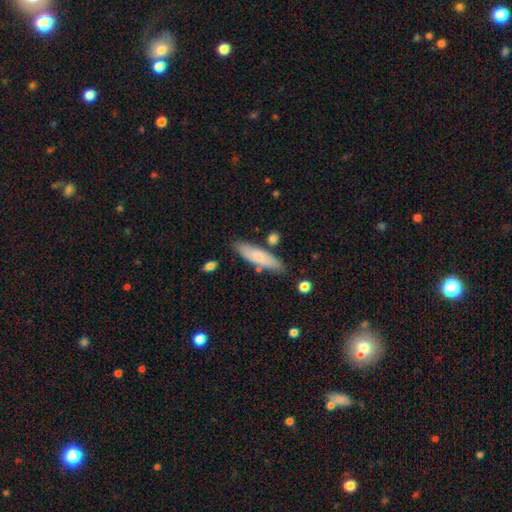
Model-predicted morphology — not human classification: Smooth or featured?
  - smooth: 75% *
  - featured or disk: 19%
  - star or artifact: 7%
How rounded?
  - cigar-shaped: 74% *
  - in between: 24%
  - round: 2%
Merging?
  - none: 81% *
  - minor disturbance: 12%
  - merger: 4%
  - major disturbance: 2%